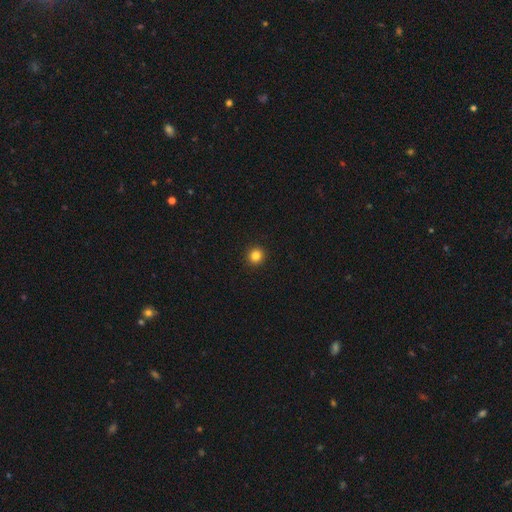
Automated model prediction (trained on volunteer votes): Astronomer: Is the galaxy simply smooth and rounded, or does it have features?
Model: smooth — 84%.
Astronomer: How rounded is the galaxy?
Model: round — 93%.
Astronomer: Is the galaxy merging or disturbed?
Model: none — 94%.